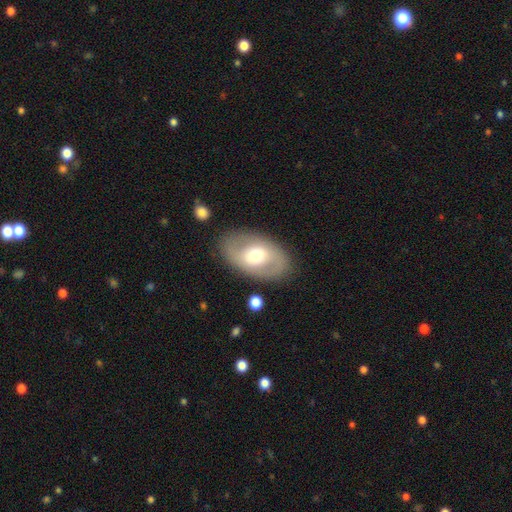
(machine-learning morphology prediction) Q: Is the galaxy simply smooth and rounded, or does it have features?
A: featured or disk — 52%.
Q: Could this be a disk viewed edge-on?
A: no — 91%.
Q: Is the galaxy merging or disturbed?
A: none — 82%.